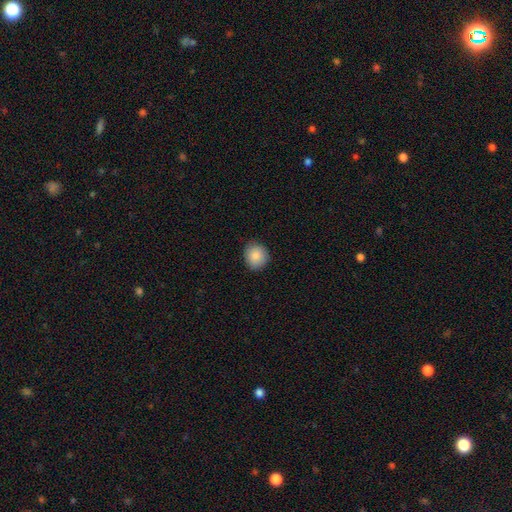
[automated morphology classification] This appears to be a smooth galaxy with no disk features (87%) that is round (81%). Merging: none (86%).